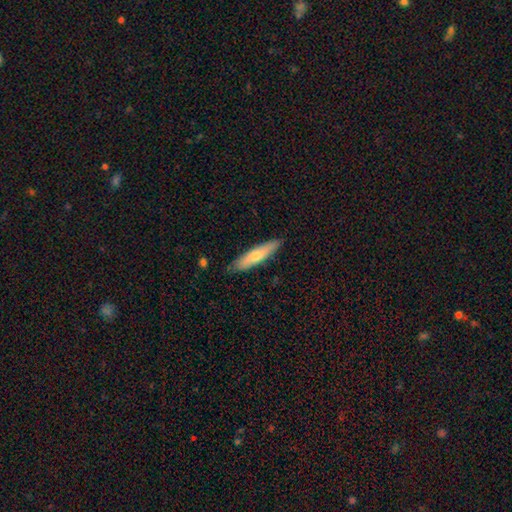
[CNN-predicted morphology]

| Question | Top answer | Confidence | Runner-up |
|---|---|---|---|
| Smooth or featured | smooth | 66% | featured or disk (28%) |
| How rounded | cigar-shaped | 81% | in between (18%) |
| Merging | none | 86% | minor disturbance (11%) |